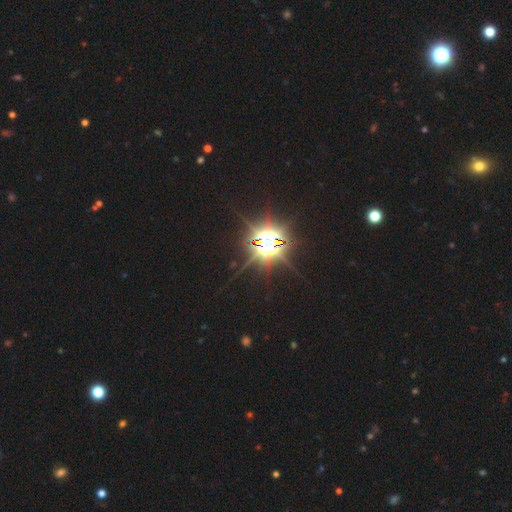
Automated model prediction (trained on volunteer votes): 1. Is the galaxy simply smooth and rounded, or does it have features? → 87% star or artifact, 7% featured or disk, 7% smooth.